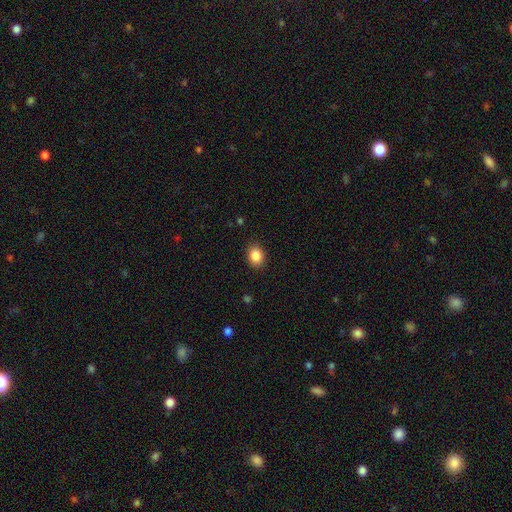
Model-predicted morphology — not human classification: smooth_or_featured: smooth (p=0.87) [alt: star or artifact p=0.09]
how_rounded: in between (p=0.51) [alt: round p=0.48]
merging: none (p=0.89) [alt: minor disturbance p=0.08]